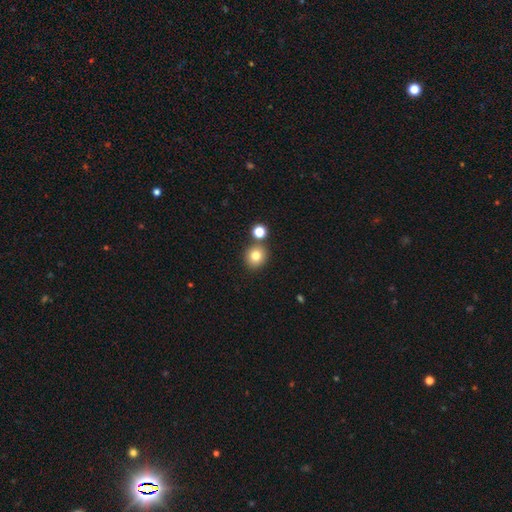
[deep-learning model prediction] Smooth or featured: smooth — 81% (star or artifact — 12%)
How rounded: round — 83% (in between — 16%)
Merging: none — 77% (merger — 13%)